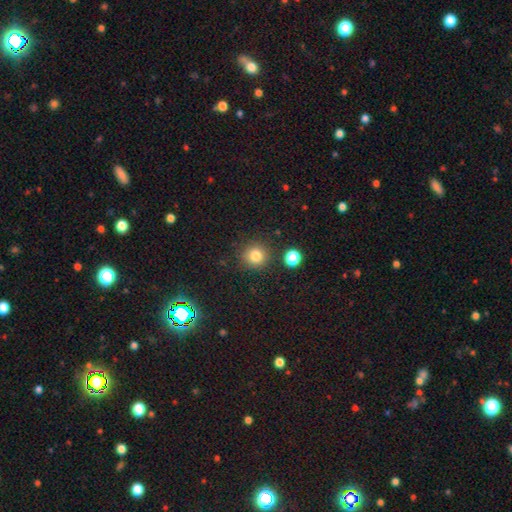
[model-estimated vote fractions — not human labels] Q: Smooth or featured?
A: smooth (81%); runner-up: star or artifact (13%)
Q: How rounded?
A: round (90%); runner-up: in between (9%)
Q: Merging?
A: none (85%); runner-up: minor disturbance (8%)